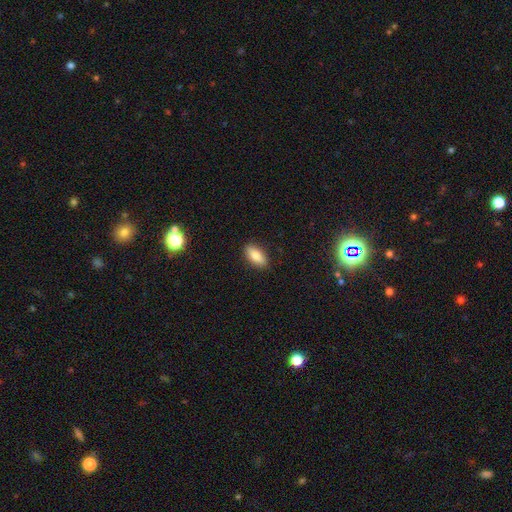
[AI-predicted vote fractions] This appears to be a smooth galaxy with no disk features (81%) that is in between round and cigar-shaped (84%). Merging: none (88%).